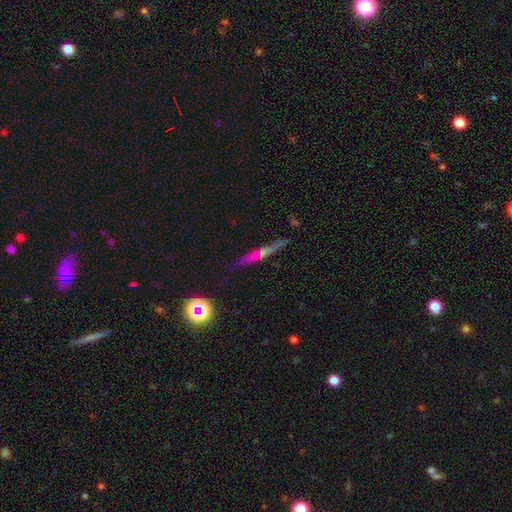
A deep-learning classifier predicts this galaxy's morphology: Smooth or featured?
  - featured or disk: 64% *
  - smooth: 20%
  - star or artifact: 16%
Edge-on disk?
  - yes: 94% *
  - no: 6%
Edge-on bulge?
  - rounded: 71% *
  - none: 21%
  - boxy: 8%
Merging?
  - none: 86% *
  - minor disturbance: 9%
  - major disturbance: 2%
  - merger: 2%